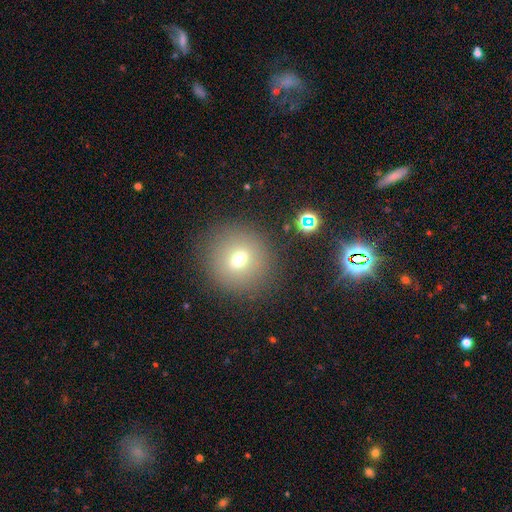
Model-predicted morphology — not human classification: type=smooth (56%); roundness=round (92%); merging=none (90%).